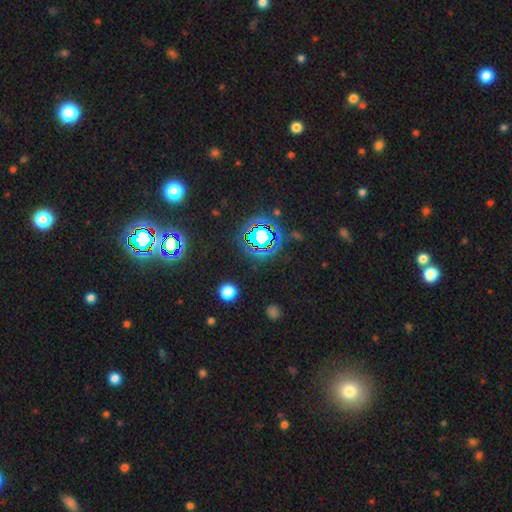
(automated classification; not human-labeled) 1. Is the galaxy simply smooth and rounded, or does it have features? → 74% star or artifact, 17% smooth, 9% featured or disk.